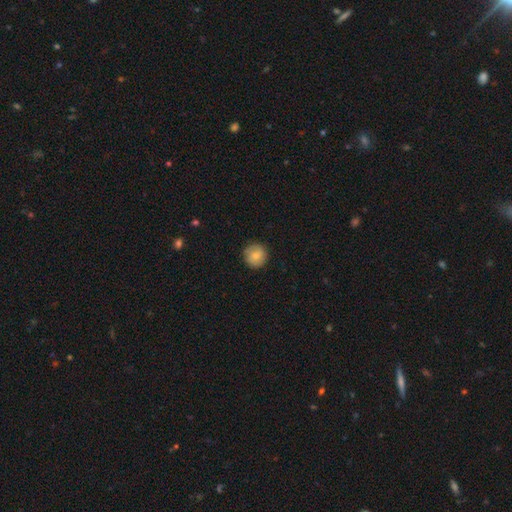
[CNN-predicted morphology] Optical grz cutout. It shows a smooth galaxy with no disk features (79%) that is round (94%). Merging: none (87%).